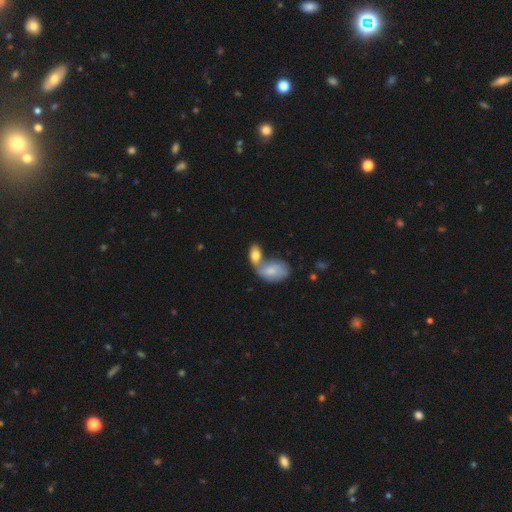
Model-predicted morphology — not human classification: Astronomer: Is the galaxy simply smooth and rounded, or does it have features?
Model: smooth — 75%.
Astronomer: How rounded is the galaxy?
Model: in between — 87%.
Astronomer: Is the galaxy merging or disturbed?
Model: merger — 64%.